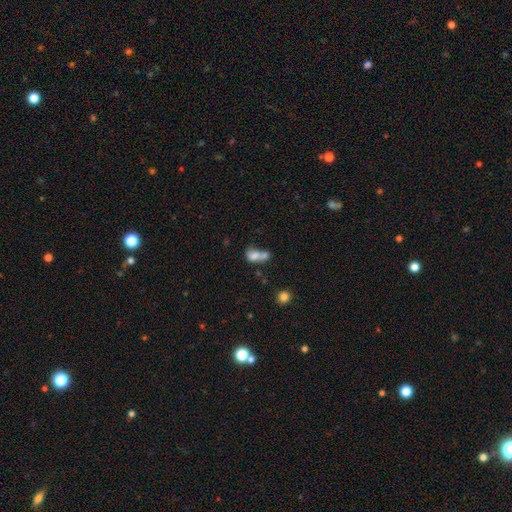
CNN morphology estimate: This appears to be a smooth galaxy with no disk features (69%) that is in between round and cigar-shaped (72%). Merging: merger (64%).